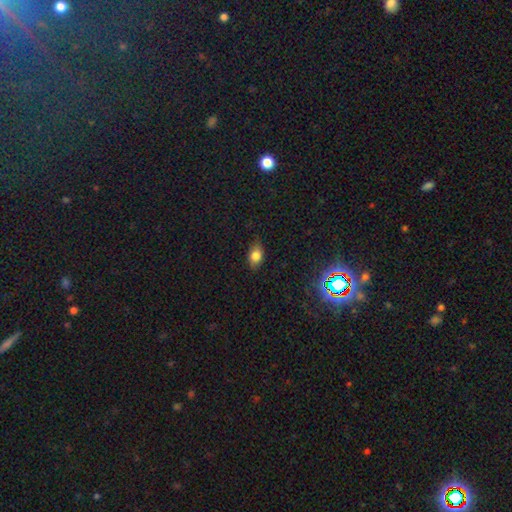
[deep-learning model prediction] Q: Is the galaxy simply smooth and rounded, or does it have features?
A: smooth — 79%.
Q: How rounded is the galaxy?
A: in between — 83%.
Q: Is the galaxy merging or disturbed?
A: none — 80%.